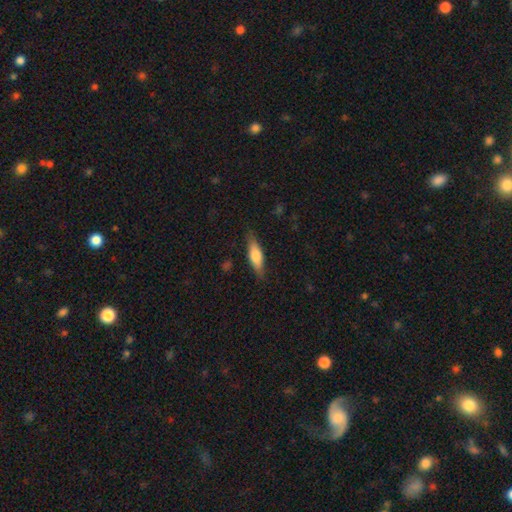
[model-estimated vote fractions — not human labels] smooth-or-featured: smooth: 59% | featured or disk: 34% | star or artifact: 6%
  how-rounded: cigar-shaped: 57% | in between: 41% | round: 3%
  merging: none: 84% | minor disturbance: 12% | major disturbance: 3% | merger: 1%